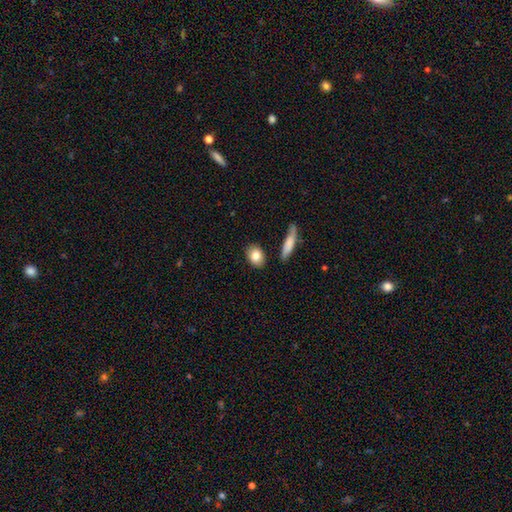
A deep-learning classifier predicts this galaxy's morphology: Q: Smooth or featured?
A: smooth (82%); runner-up: featured or disk (11%)
Q: How rounded?
A: in between (66%); runner-up: round (30%)
Q: Merging?
A: none (84%); runner-up: minor disturbance (10%)